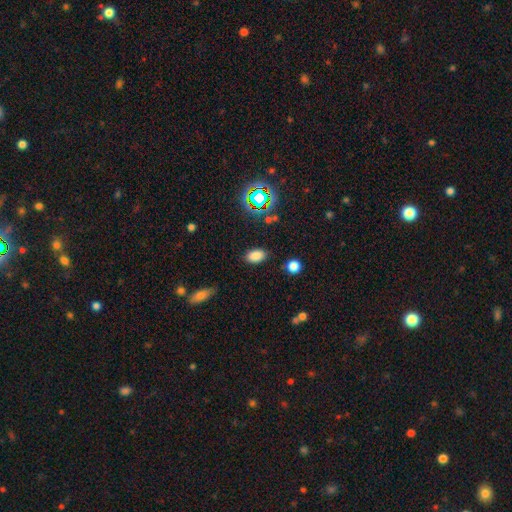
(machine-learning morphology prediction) This appears to be a smooth galaxy with no disk features (80%) that is in between round and cigar-shaped (89%). Merging: none (83%).